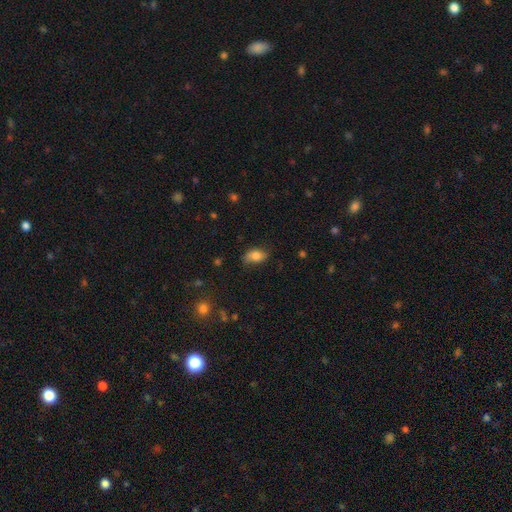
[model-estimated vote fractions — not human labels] Smooth or featured?
  - smooth: 68% *
  - featured or disk: 23%
  - star or artifact: 9%
How rounded?
  - in between: 87% *
  - round: 9%
  - cigar-shaped: 3%
Merging?
  - none: 68% *
  - minor disturbance: 24%
  - major disturbance: 7%
  - merger: 1%